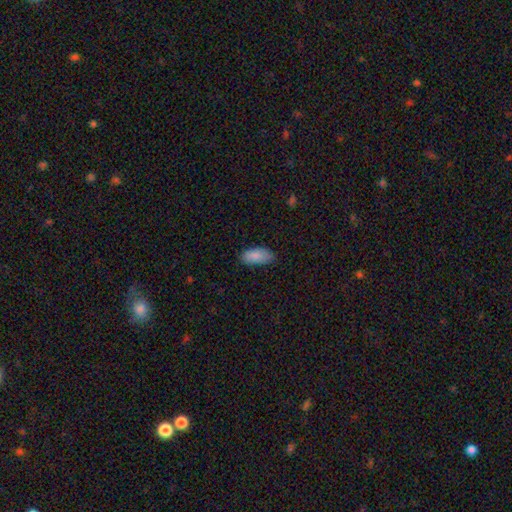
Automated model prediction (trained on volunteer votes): The model was most divided on "merging": none: 78%, minor disturbance: 18%, major disturbance: 3%, merger: 1%. More confident: how rounded — in between (90%); smooth or featured — smooth (88%).